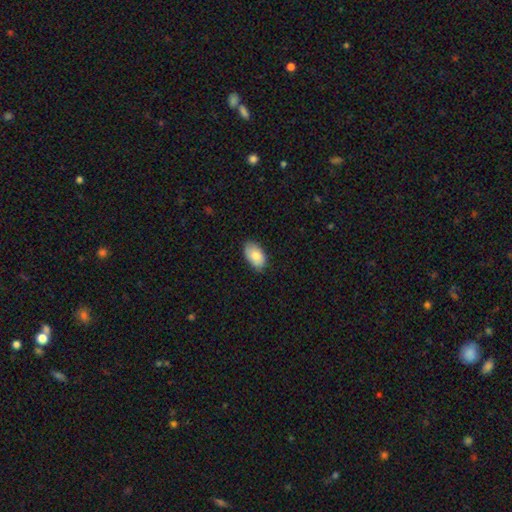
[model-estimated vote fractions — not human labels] A smooth galaxy with no disk features (82%) that is in between round and cigar-shaped (93%). Merging: none (82%).